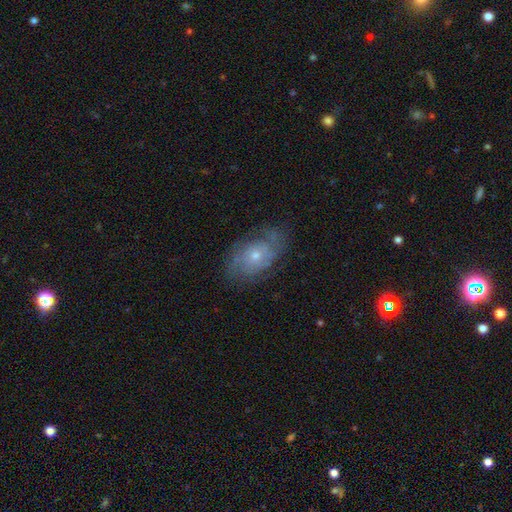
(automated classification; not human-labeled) smooth_or_featured: featured or disk (p=0.64) [alt: smooth p=0.28]
disk_edge_on: no (p=0.95) [alt: yes p=0.05]
bar: no (p=0.84) [alt: weak p=0.14]
has_spiral_arms: yes (p=0.77) [alt: no p=0.23]
bulge_size: small (p=0.59) [alt: moderate p=0.36]
merging: none (p=0.67) [alt: minor disturbance p=0.22]